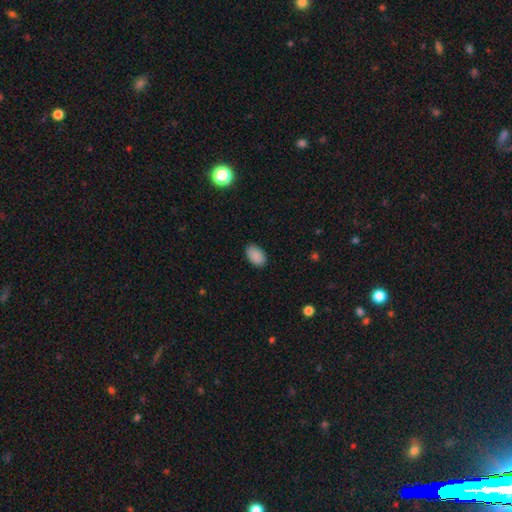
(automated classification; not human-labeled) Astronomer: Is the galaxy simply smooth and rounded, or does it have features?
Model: smooth — 89%.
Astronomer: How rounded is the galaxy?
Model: in between — 90%.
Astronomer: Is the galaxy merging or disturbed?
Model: none — 84%.